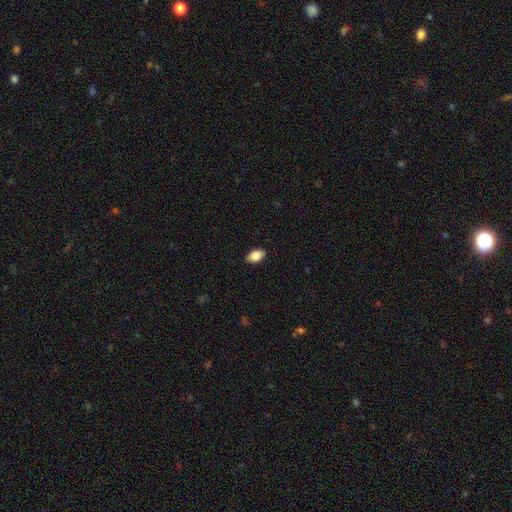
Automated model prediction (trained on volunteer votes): Morphology: type=smooth (85%); roundness=in between (91%); merging=none (88%).